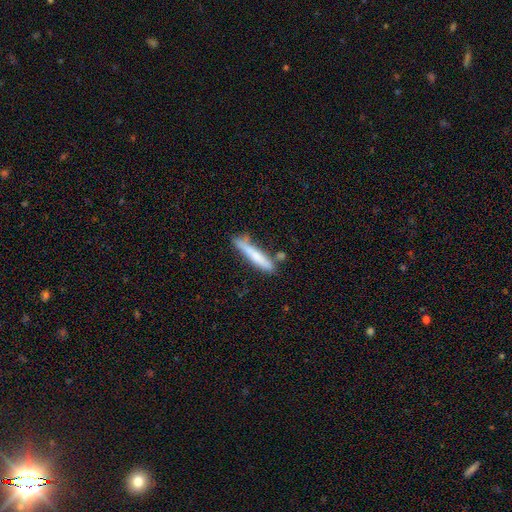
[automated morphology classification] smooth-or-featured: smooth: 68% | featured or disk: 26% | star or artifact: 6%
  how-rounded: cigar-shaped: 92% | in between: 6% | round: 1%
  merging: none: 65% | minor disturbance: 21% | merger: 9% | major disturbance: 5%